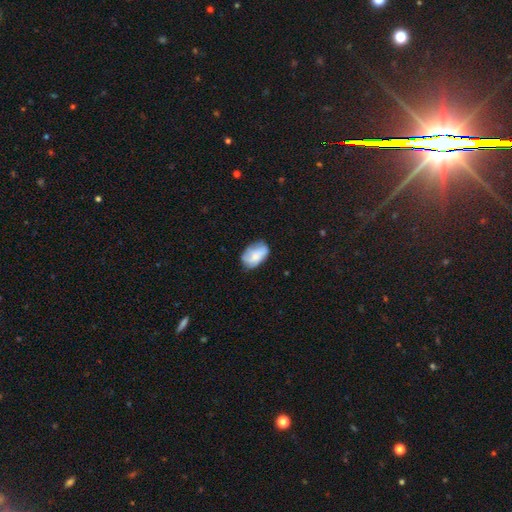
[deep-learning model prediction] Smooth or featured? Predicted: smooth (p=0.64). How rounded? Predicted: in between (p=0.90). Merging? Predicted: none (p=0.58).